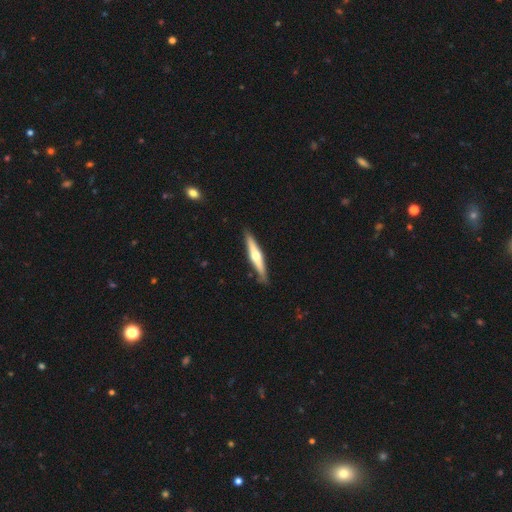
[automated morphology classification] featured or disk 59%, smooth 36%, star or artifact 5%. Down the decision tree: edge-on disk — yes (96%); edge-on bulge — rounded (90%); merging — none (87%).